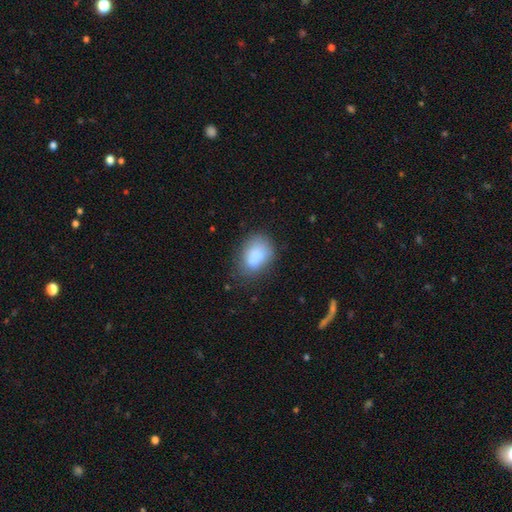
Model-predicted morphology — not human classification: A smooth galaxy with no disk features (82%) that is in between round and cigar-shaped (73%).

Vote fractions:
- Smooth or featured? smooth: 82% / featured or disk: 9% / star or artifact: 9%
- How rounded? in between: 73% / round: 25% / cigar-shaped: 1%
- Merging? none: 60% / minor disturbance: 26% / major disturbance: 10% / merger: 4%